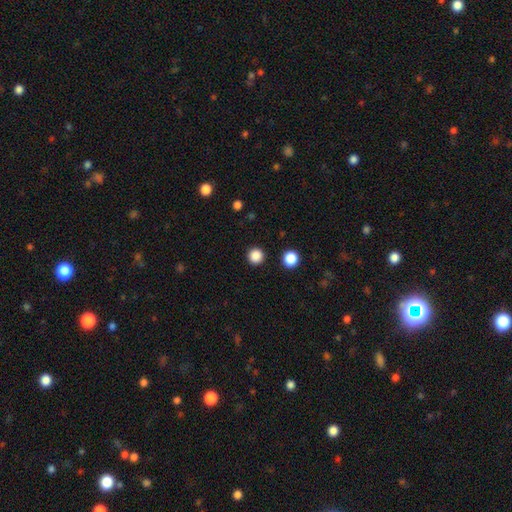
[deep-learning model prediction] smooth-or-featured: smooth: 86% | star or artifact: 12% | featured or disk: 2%
  how-rounded: round: 95% | in between: 4% | cigar-shaped: 1%
  merging: none: 92% | minor disturbance: 4% | major disturbance: 2% | merger: 2%